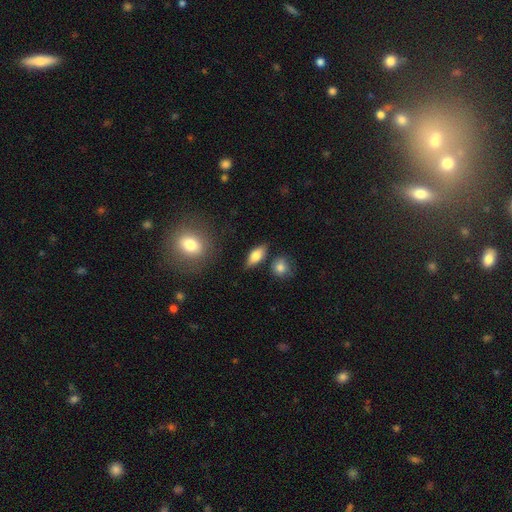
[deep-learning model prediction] Morphology: type=smooth (73%); roundness=in between (77%); merging=none (80%).